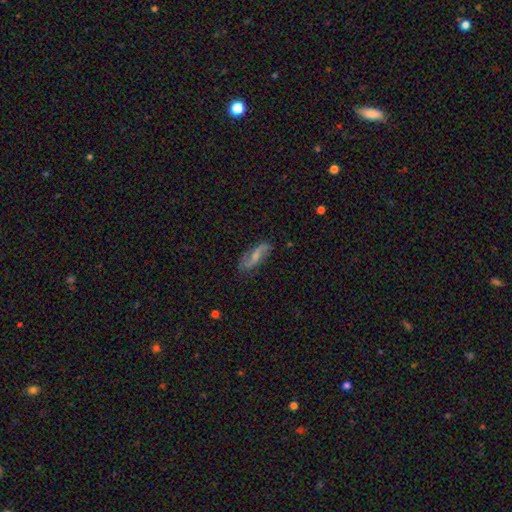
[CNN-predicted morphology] This is likely a featured or disk galaxy (70%). It is clearly not viewed edge-on (91%). Bar: marginally weak (45%). Spiral arm pattern: clearly yes (91%). Spiral arm count: clearly 2 (90%). Spiral winding: likely loose (68%). Central bulge: possibly small (47%). Merging: likely none (77%).